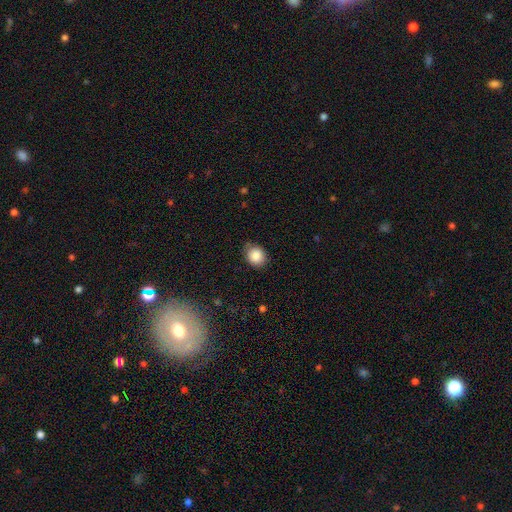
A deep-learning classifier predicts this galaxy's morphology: Overall: smooth (86%). How rounded: round (68%; in between 32%). Merging: none (78%).